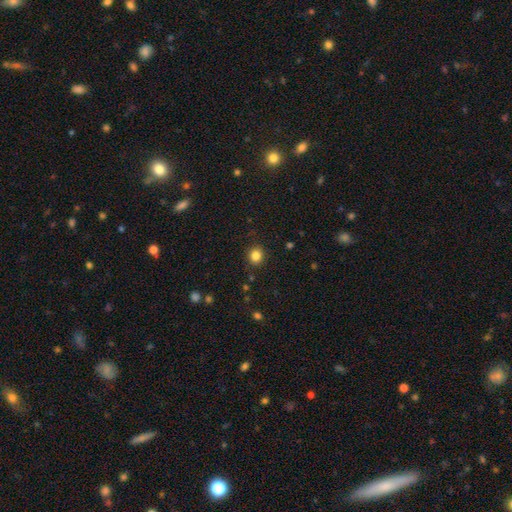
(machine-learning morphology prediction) smooth 84%, star or artifact 12%, featured or disk 5%. Down the decision tree: how rounded — round (83%); merging — none (89%).